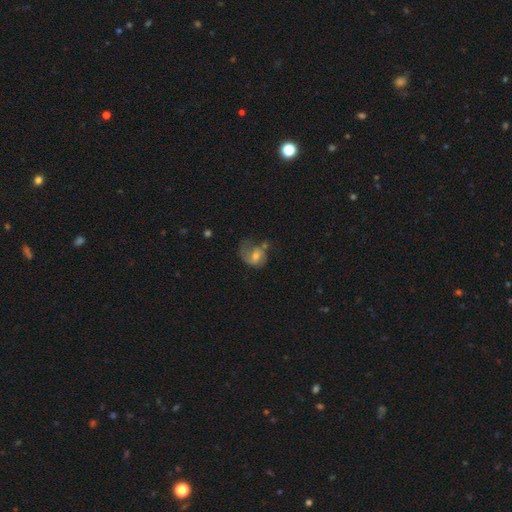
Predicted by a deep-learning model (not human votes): Q: Smooth or featured?
A: featured or disk (53%); runner-up: smooth (38%)
Q: Edge-on disk?
A: no (97%); runner-up: yes (3%)
Q: Bar?
A: no (51%); runner-up: weak (41%)
Q: Spiral arms?
A: yes (77%); runner-up: no (23%)
Q: Bulge size?
A: moderate (54%); runner-up: small (31%)
Q: Merging?
A: major disturbance (35%); runner-up: none (32%)